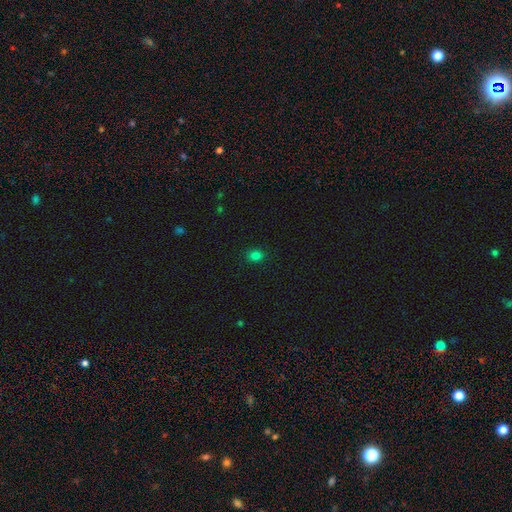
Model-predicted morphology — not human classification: Smooth or featured? Predicted: smooth (p=0.80). How rounded? Predicted: round (p=0.63). Merging? Predicted: none (p=0.89).